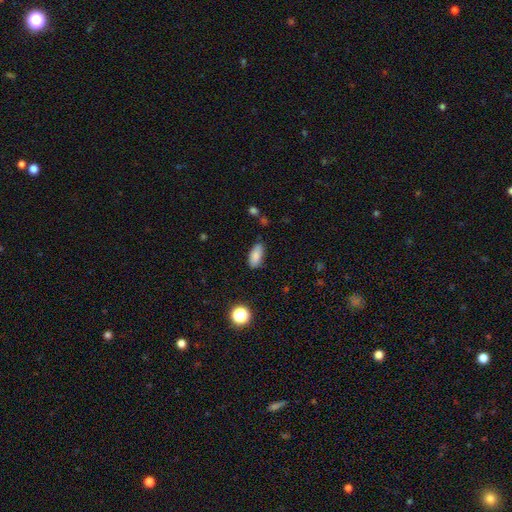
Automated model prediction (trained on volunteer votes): A smooth galaxy with no disk features (85%) that is in between round and cigar-shaped (83%).

Vote fractions:
- Smooth or featured? smooth: 85% / star or artifact: 9% / featured or disk: 6%
- How rounded? in between: 83% / cigar-shaped: 13% / round: 4%
- Merging? none: 78% / minor disturbance: 17% / major disturbance: 3% / merger: 2%